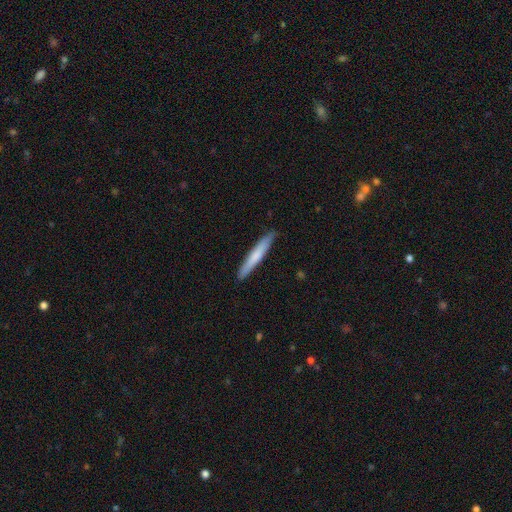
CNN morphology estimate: The model was most divided on "smooth or featured": smooth: 67%, featured or disk: 28%, star or artifact: 5%. More confident: how rounded — cigar-shaped (95%); merging — none (90%).